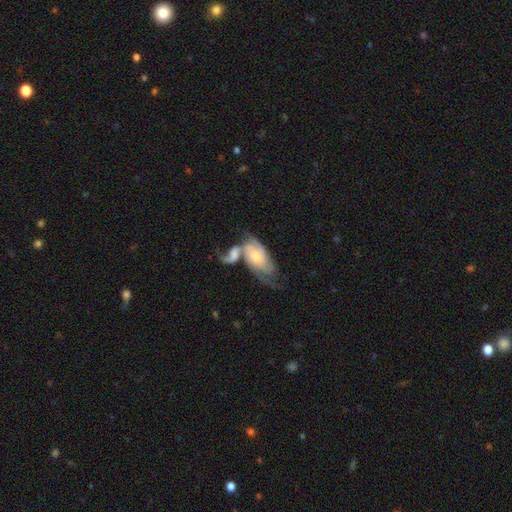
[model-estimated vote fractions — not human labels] Smooth or featured: featured or disk — 69% (smooth — 25%)
Edge-on disk: no — 94% (yes — 6%)
Bar: no — 68% (weak — 27%)
Spiral arms: yes — 89% (no — 11%)
Spiral winding: medium — 39% (tight — 32%)
Spiral arm count: 2 — 54% (can't tell — 26%)
Bulge size: moderate — 48% (small — 41%)
Merging: merger — 59% (none — 18%)